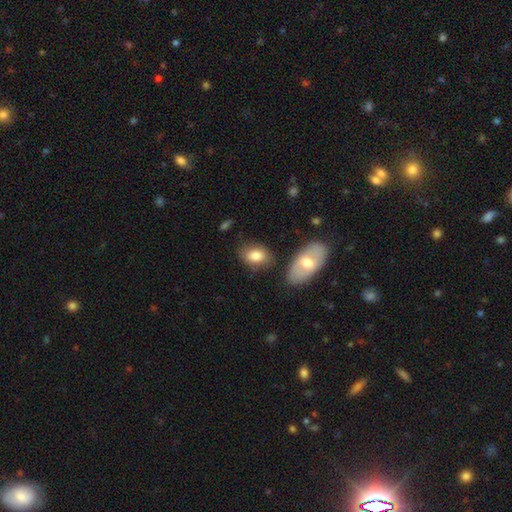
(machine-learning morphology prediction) Smooth or featured?
  - smooth: 81% *
  - featured or disk: 12%
  - star or artifact: 7%
How rounded?
  - in between: 84% *
  - round: 14%
  - cigar-shaped: 2%
Merging?
  - none: 72% *
  - minor disturbance: 17%
  - merger: 7%
  - major disturbance: 5%